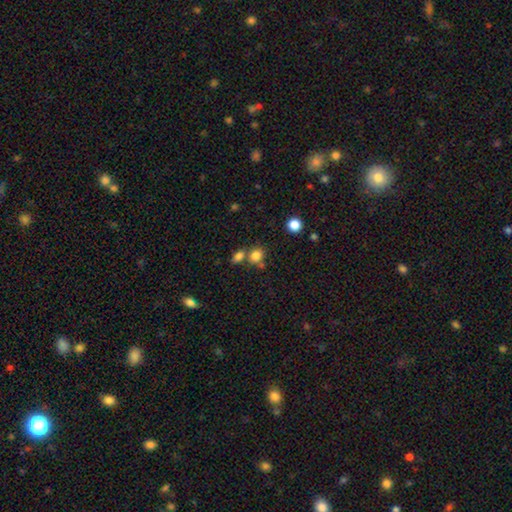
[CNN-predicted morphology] A smooth galaxy with no disk features (81%) that is round (56%). Merging: none (53%).